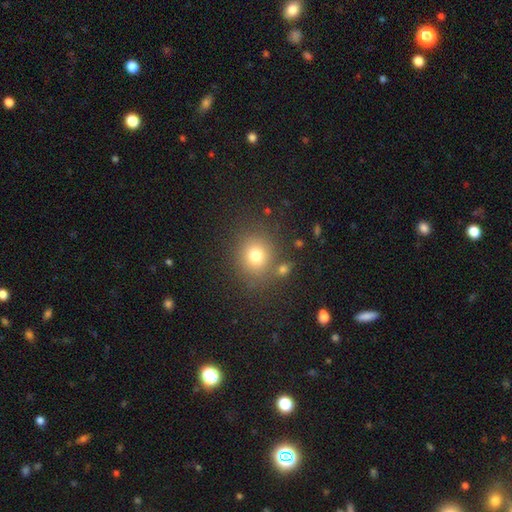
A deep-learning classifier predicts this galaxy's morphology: Smooth or featured: smooth — 76% (star or artifact — 15%)
How rounded: round — 81% (in between — 18%)
Merging: none — 79% (minor disturbance — 9%)